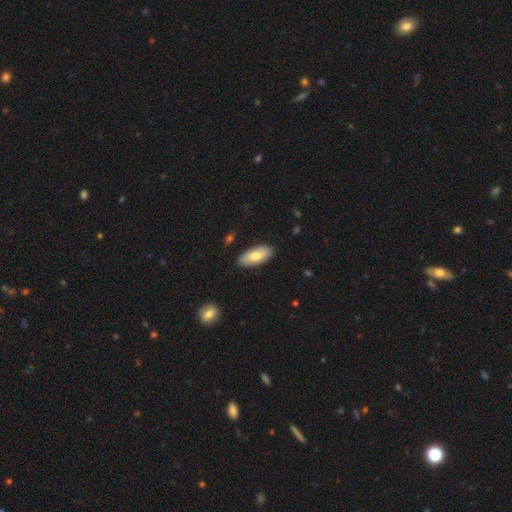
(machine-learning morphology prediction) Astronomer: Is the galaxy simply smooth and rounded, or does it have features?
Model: smooth — 79%.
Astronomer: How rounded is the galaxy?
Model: in between — 86%.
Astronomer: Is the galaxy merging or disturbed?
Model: none — 87%.